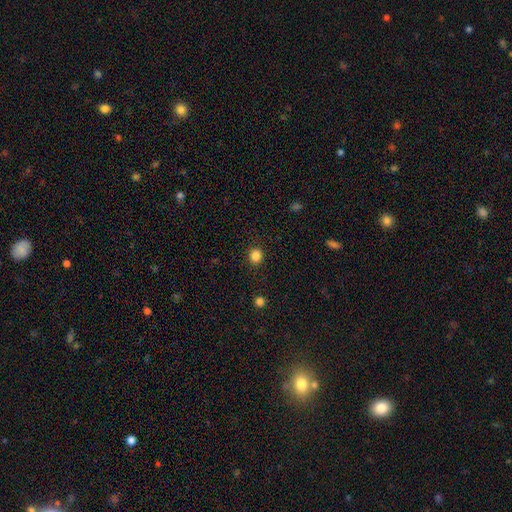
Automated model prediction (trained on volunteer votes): A smooth galaxy with no disk features (85%) that is round (84%). Merging: none (90%).